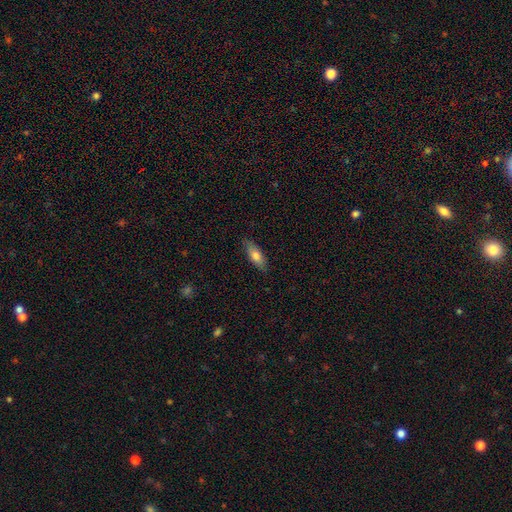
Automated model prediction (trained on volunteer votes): smooth-or-featured: smooth: 74% | featured or disk: 19% | star or artifact: 6%
  how-rounded: in between: 71% | cigar-shaped: 26% | round: 2%
  merging: none: 83% | minor disturbance: 13% | major disturbance: 2% | merger: 1%